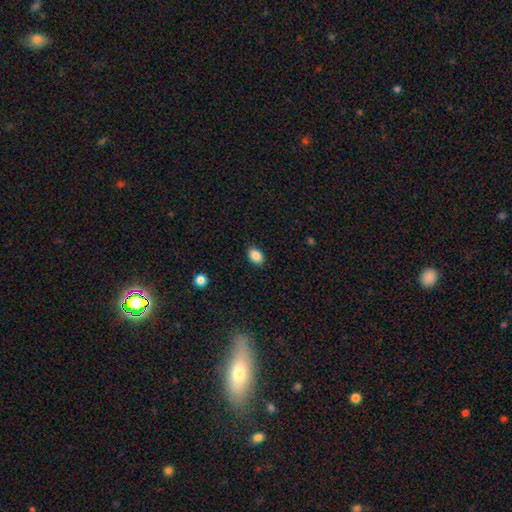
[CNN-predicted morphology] smooth_or_featured: smooth (p=0.88) [alt: star or artifact p=0.08]
how_rounded: in between (p=0.83) [alt: round p=0.16]
merging: none (p=0.87) [alt: minor disturbance p=0.10]